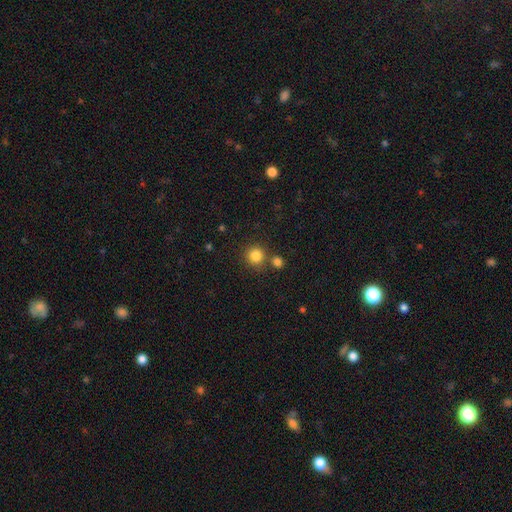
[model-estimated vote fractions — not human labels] smooth-or-featured: smooth: 84% | star or artifact: 11% | featured or disk: 5%
  how-rounded: round: 92% | in between: 7% | cigar-shaped: 1%
  merging: none: 74% | merger: 15% | minor disturbance: 8% | major disturbance: 3%